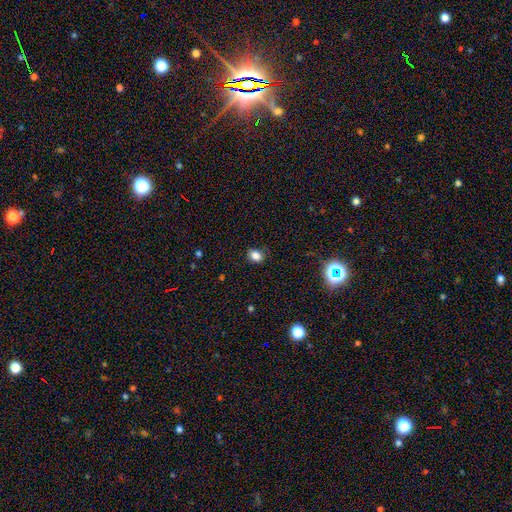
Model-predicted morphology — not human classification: Smooth or featured? smooth (81%)
How rounded? in between (61%)
Merging? none (82%)